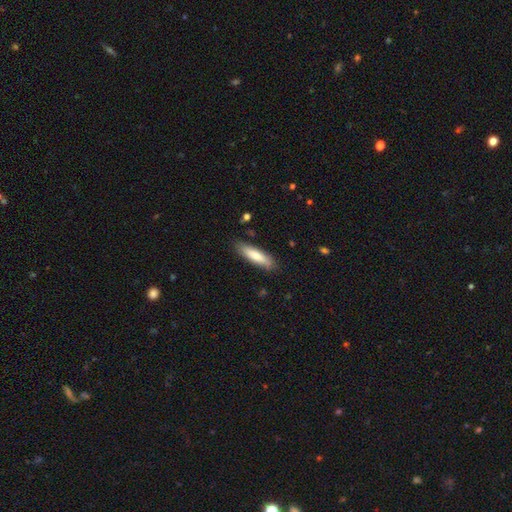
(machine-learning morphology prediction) This is likely a smooth galaxy (74%). How rounded: likely cigar-shaped (64%). Merging: clearly none (84%).